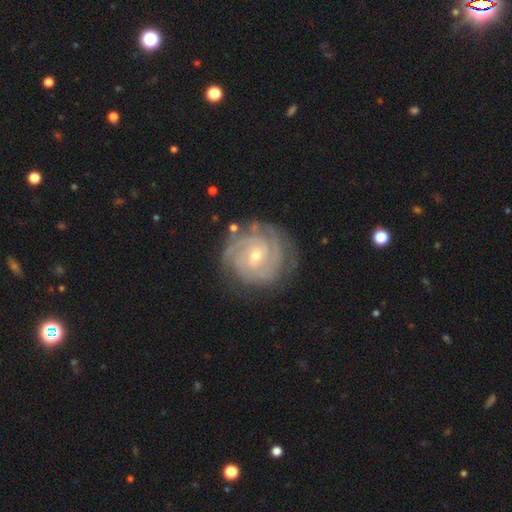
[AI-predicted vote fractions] This appears to be a featured or disk galaxy (88%) with no bar (56%), 3 (27%) tight (81%) spiral arms (97%) and a small central bulge (61%). Merging: none (79%).